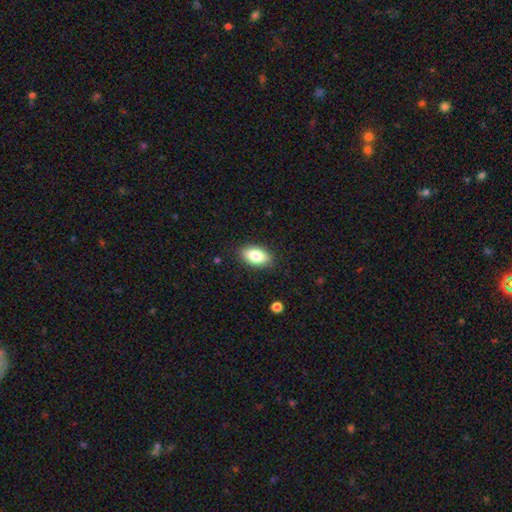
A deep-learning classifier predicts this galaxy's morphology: The model was most divided on "smooth or featured": smooth: 81%, featured or disk: 12%, star or artifact: 7%. More confident: how rounded — in between (91%); merging — none (87%).